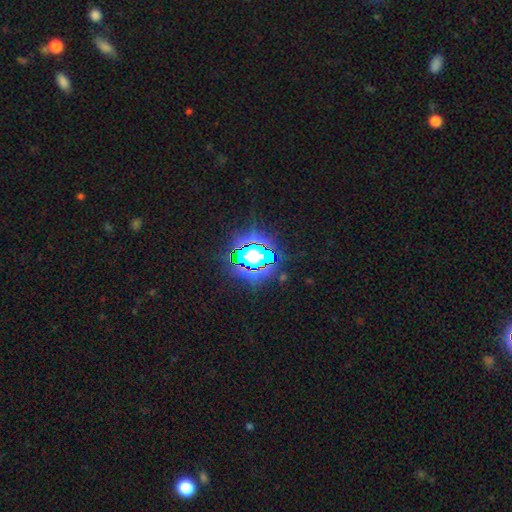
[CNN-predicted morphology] This is likely a star or artifact rather than a galaxy (66%).